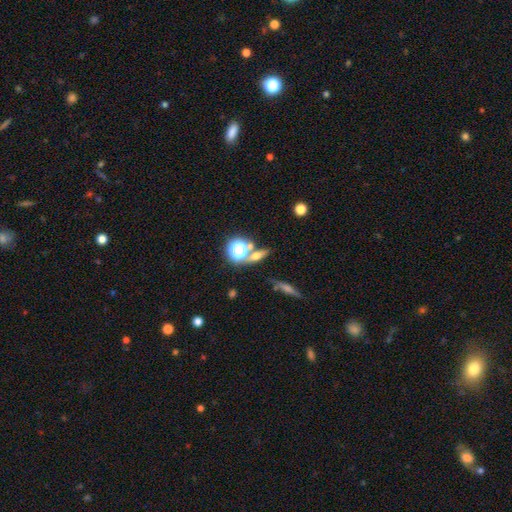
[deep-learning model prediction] A smooth galaxy with no disk features (50%) that is in between round and cigar-shaped (36%, tied with round). Merging: none (65%).